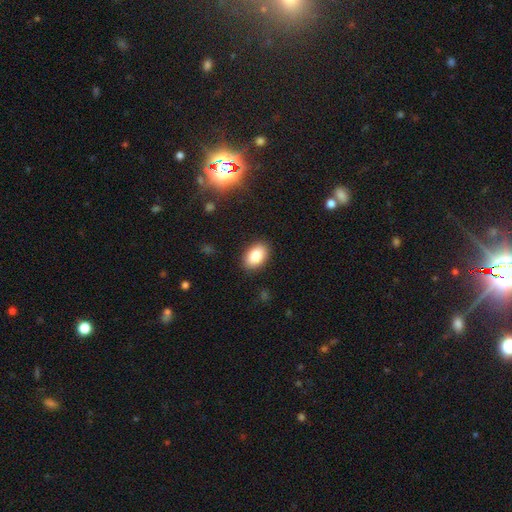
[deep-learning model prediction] Overall: smooth (84%). How rounded: in between (89%). Merging: none (88%).